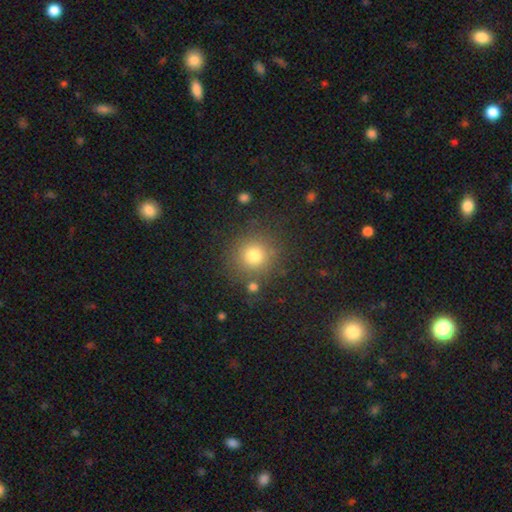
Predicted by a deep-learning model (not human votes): This appears to be a smooth galaxy with no disk features (71%) that is round (93%). Merging: none (86%).